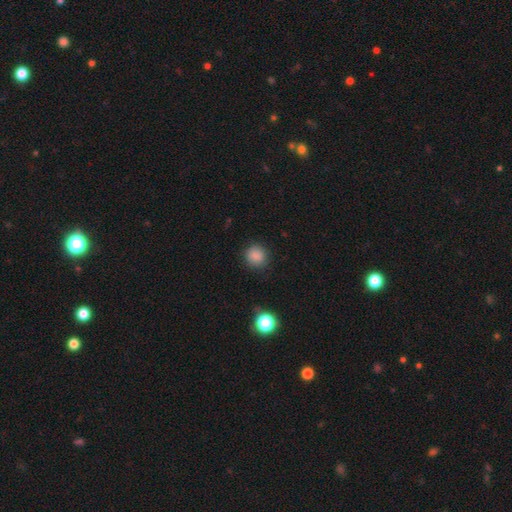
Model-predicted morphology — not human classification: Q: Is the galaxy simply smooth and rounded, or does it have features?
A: smooth — 85%.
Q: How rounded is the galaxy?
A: round — 89%.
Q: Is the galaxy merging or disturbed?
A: none — 88%.